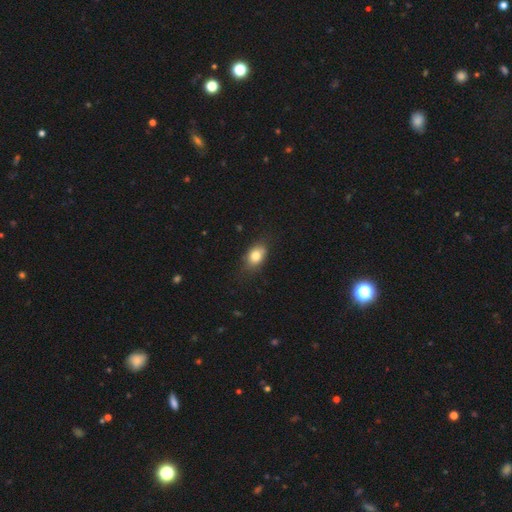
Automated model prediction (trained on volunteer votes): Smooth or featured: smooth — 81% (featured or disk — 11%)
How rounded: in between — 81% (round — 17%)
Merging: none — 73% (minor disturbance — 21%)